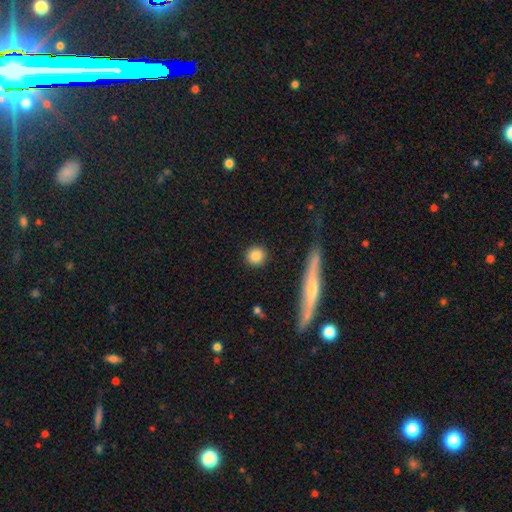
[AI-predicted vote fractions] smooth_or_featured: smooth (p=0.84) [alt: star or artifact p=0.08]
how_rounded: round (p=0.89) [alt: in between p=0.08]
merging: none (p=0.89) [alt: minor disturbance p=0.06]